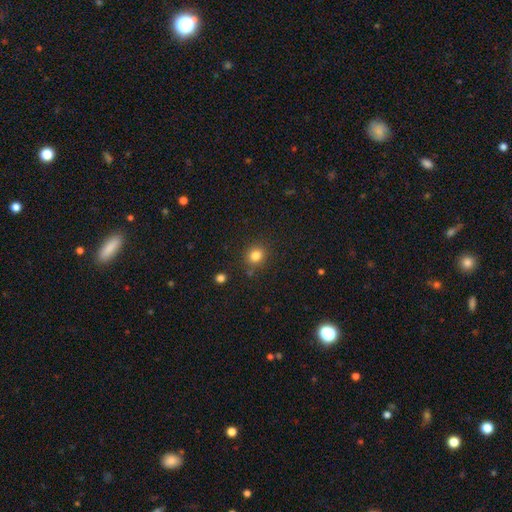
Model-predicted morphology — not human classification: smooth_or_featured: smooth (p=0.82) [alt: star or artifact p=0.13]
how_rounded: round (p=0.81) [alt: in between p=0.18]
merging: none (p=0.84) [alt: minor disturbance p=0.09]